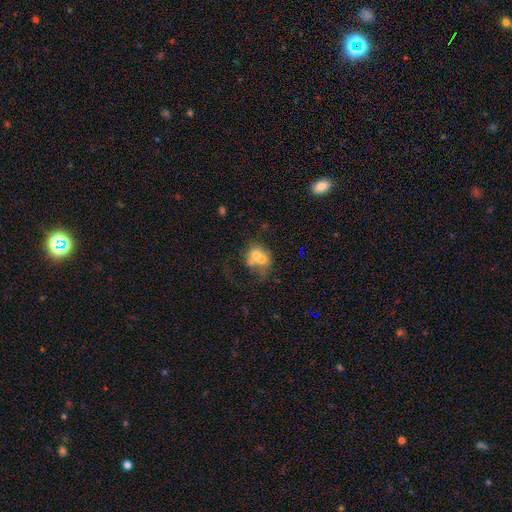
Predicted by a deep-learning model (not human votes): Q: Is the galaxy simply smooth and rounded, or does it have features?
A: smooth — 56%.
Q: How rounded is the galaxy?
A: round — 60%.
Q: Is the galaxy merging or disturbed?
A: merger — 61%.